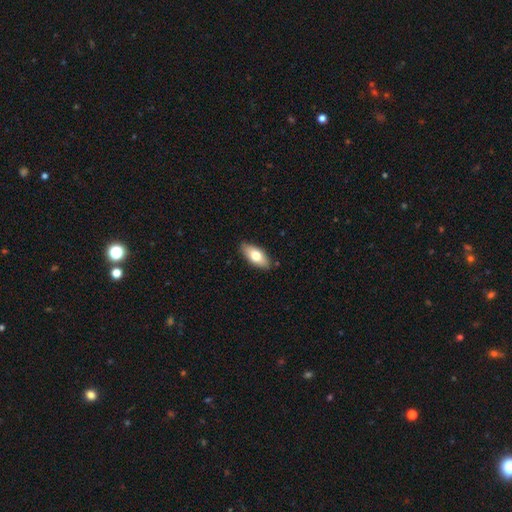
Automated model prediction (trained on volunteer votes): smooth-or-featured: smooth: 72% | featured or disk: 22% | star or artifact: 6%
  how-rounded: in between: 86% | cigar-shaped: 11% | round: 3%
  merging: none: 86% | minor disturbance: 11% | major disturbance: 2% | merger: 1%